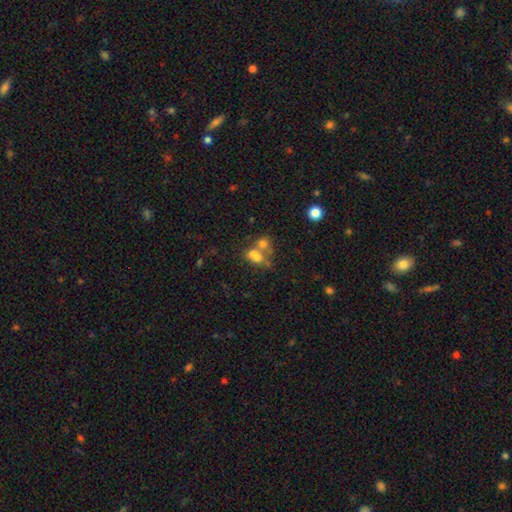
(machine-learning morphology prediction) This is likely a smooth galaxy (63%). How rounded: possibly in between (59%). Merging: likely merger (63%).